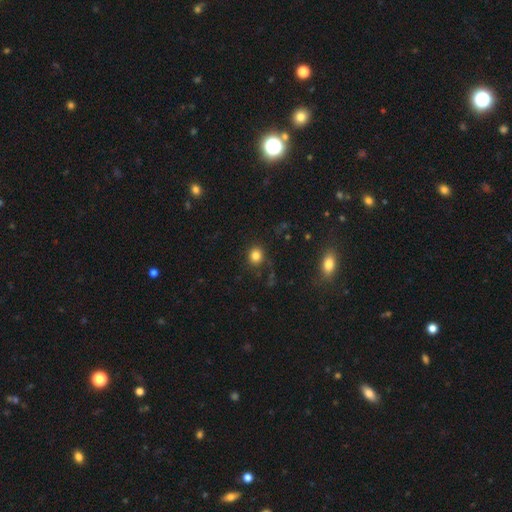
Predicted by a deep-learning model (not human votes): Smooth or featured? smooth (83%)
How rounded? round (78%)
Merging? none (85%)